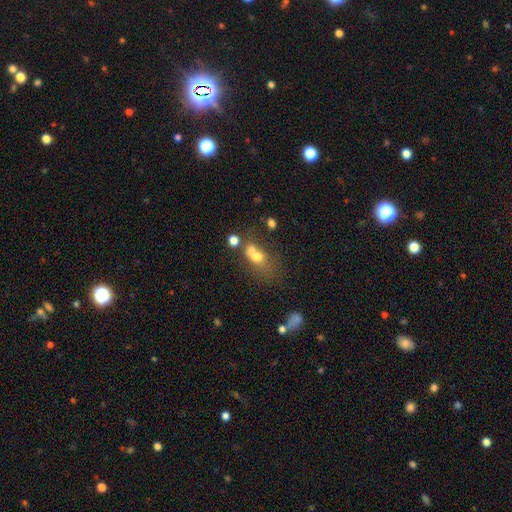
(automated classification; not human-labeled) Smooth or featured? smooth (60%)
How rounded? in between (57%)
Merging? merger (48%)